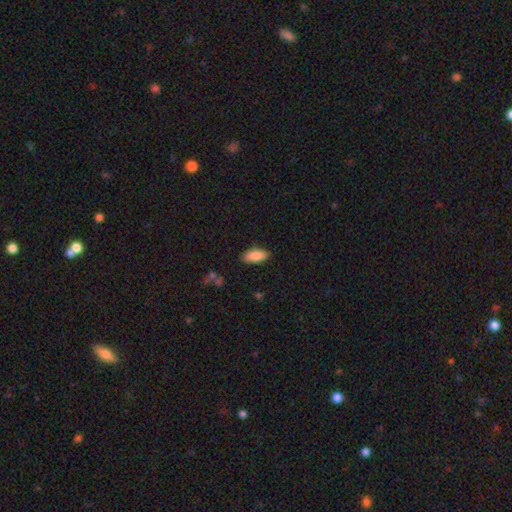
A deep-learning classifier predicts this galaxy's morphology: A smooth galaxy with no disk features (89%) that is in between round and cigar-shaped (87%). Merging: none (85%).